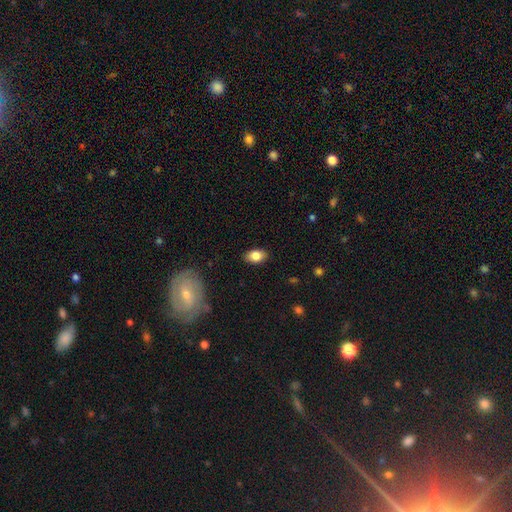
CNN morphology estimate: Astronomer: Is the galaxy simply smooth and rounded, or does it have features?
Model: smooth — 83%.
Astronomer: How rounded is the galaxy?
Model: in between — 89%.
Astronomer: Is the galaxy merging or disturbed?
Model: none — 87%.